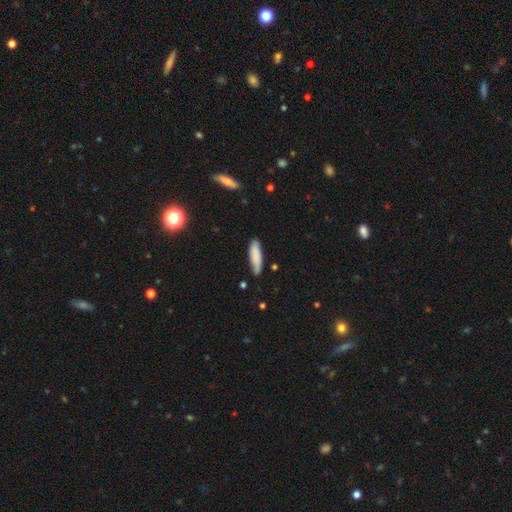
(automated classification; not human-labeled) Smooth or featured: smooth — 84% (featured or disk — 10%)
How rounded: cigar-shaped — 57% (in between — 41%)
Merging: none — 74% (minor disturbance — 21%)